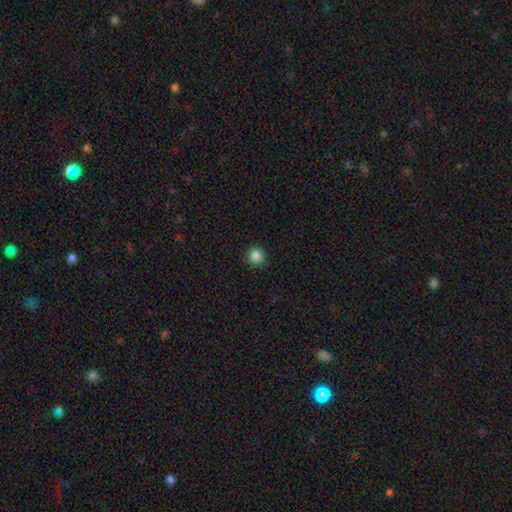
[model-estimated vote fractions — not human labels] smooth 86%, star or artifact 11%, featured or disk 3%. Down the decision tree: how rounded — round (95%); merging — none (92%).